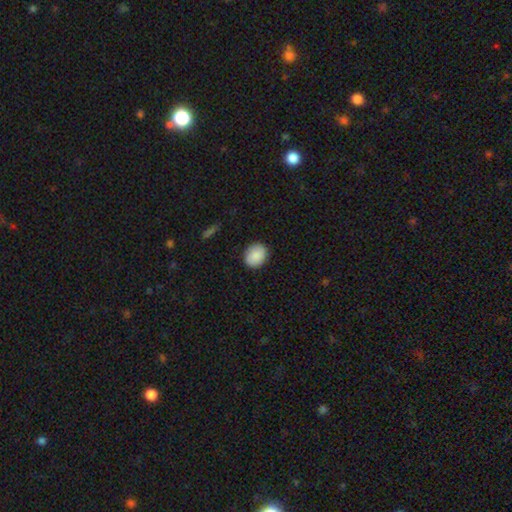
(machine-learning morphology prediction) smooth_or_featured: smooth (p=0.89) [alt: star or artifact p=0.07]
how_rounded: round (p=0.52) [alt: in between p=0.47]
merging: none (p=0.88) [alt: minor disturbance p=0.09]